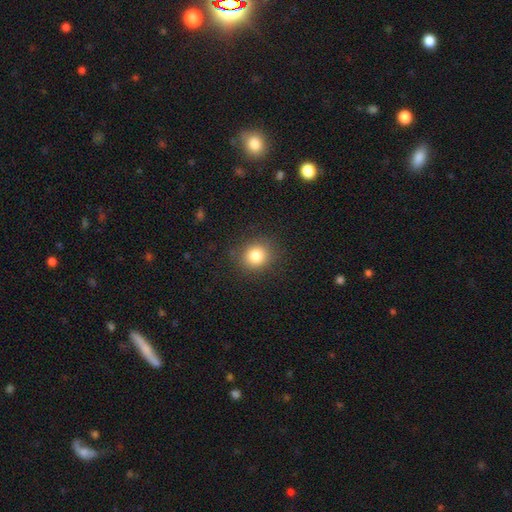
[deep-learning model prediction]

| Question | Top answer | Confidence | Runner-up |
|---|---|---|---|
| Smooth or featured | smooth | 82% | star or artifact (12%) |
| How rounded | round | 81% | in between (18%) |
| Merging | none | 87% | minor disturbance (9%) |